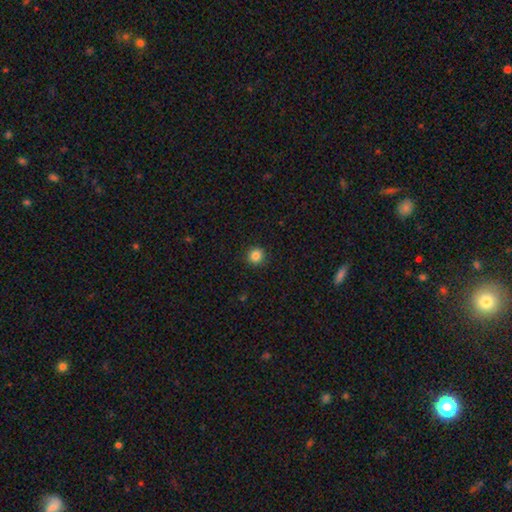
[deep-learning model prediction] This is clearly a smooth galaxy (84%). How rounded: clearly round (94%). Merging: clearly none (93%).